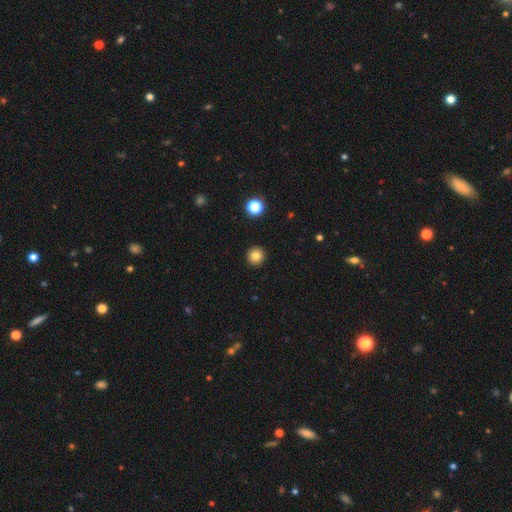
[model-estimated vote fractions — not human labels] Q: Smooth or featured?
A: smooth (82%); runner-up: star or artifact (12%)
Q: How rounded?
A: round (96%); runner-up: in between (3%)
Q: Merging?
A: none (93%); runner-up: minor disturbance (4%)